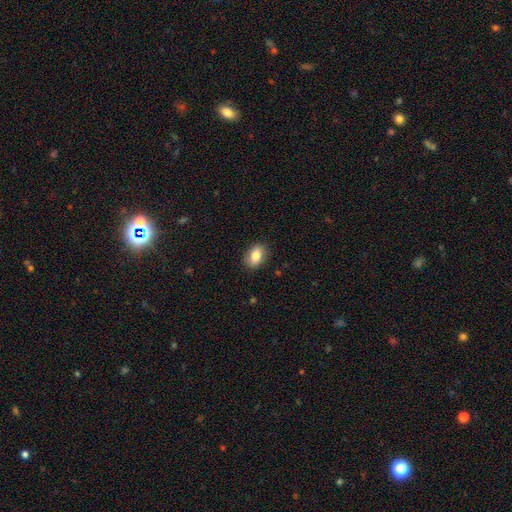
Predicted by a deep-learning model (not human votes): Smooth or featured? smooth (83%)
How rounded? in between (85%)
Merging? none (87%)